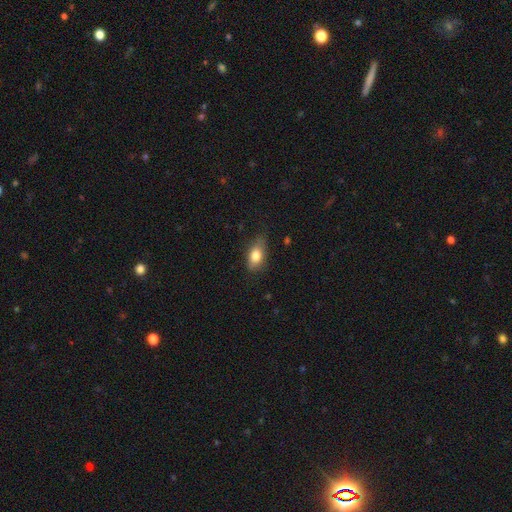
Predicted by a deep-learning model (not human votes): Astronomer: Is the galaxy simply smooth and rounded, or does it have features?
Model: smooth — 80%.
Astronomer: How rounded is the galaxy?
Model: in between — 84%.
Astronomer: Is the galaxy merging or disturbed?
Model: none — 66%.